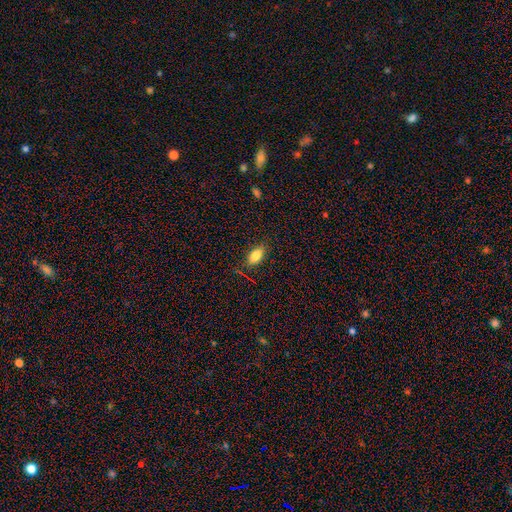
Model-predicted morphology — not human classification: type=smooth (80%); roundness=in between (88%); merging=none (81%).